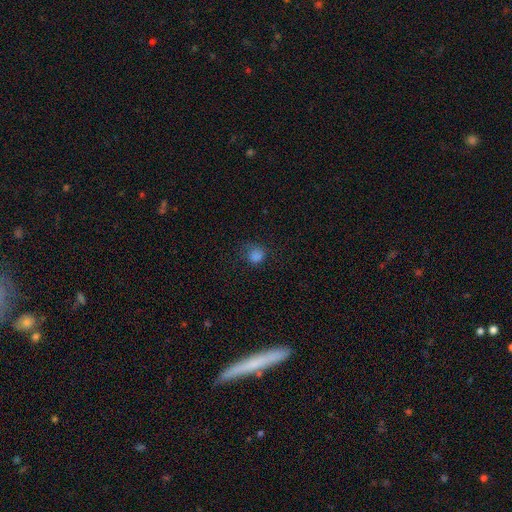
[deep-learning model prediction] A smooth galaxy with no disk features (80%) that is round (83%).

Vote fractions:
- Smooth or featured? smooth: 80% / star or artifact: 15% / featured or disk: 5%
- How rounded? round: 83% / in between: 16% / cigar-shaped: 1%
- Merging? none: 69% / minor disturbance: 20% / major disturbance: 10% / merger: 1%